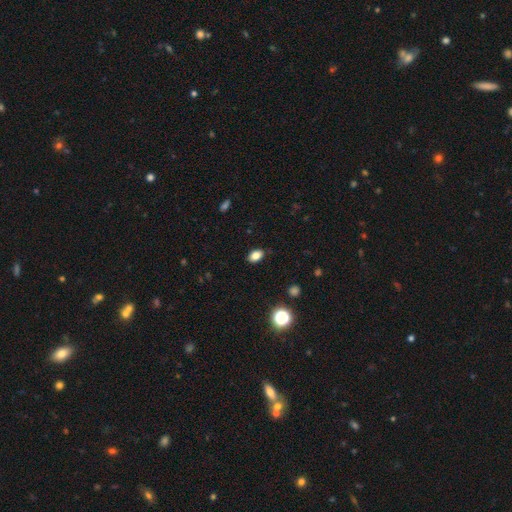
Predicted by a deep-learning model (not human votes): A smooth galaxy with no disk features (82%) that is in between round and cigar-shaped (85%).

Vote fractions:
- Smooth or featured? smooth: 82% / star or artifact: 12% / featured or disk: 6%
- How rounded? in between: 85% / round: 13% / cigar-shaped: 2%
- Merging? none: 86% / minor disturbance: 10% / major disturbance: 2% / merger: 1%